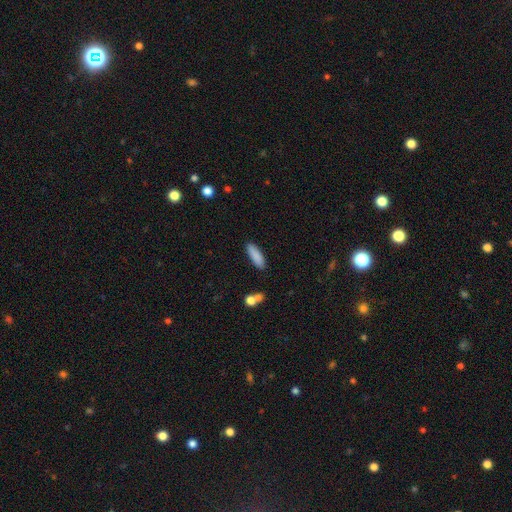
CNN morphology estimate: smooth-or-featured: smooth: 88% | star or artifact: 7% | featured or disk: 6%
  how-rounded: cigar-shaped: 51% | in between: 47% | round: 2%
  merging: none: 87% | minor disturbance: 9% | merger: 2% | major disturbance: 2%